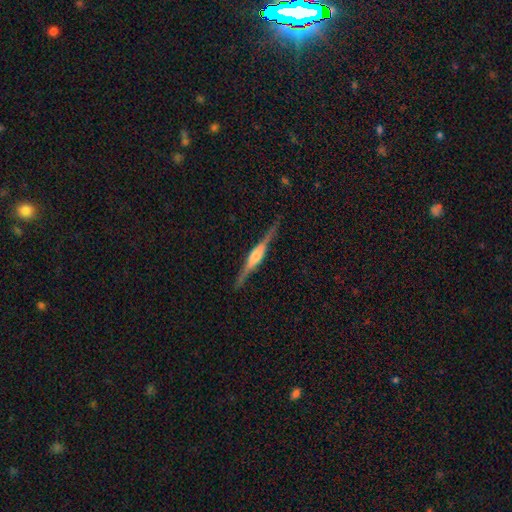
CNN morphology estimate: type=featured or disk (83%); edge-on=yes (98%); edge-on bulge=rounded (66%); merging=none (89%).